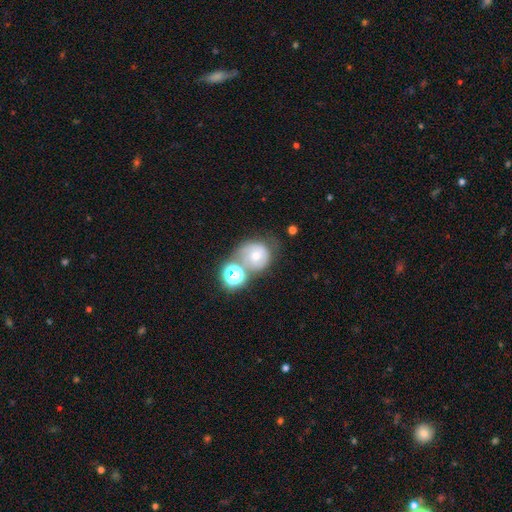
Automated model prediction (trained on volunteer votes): A featured or disk galaxy (43%).

Vote fractions:
- Smooth or featured? featured or disk: 43% / smooth: 42% / star or artifact: 16%
- Merging? none: 38% / merger: 32% / minor disturbance: 17% / major disturbance: 13%